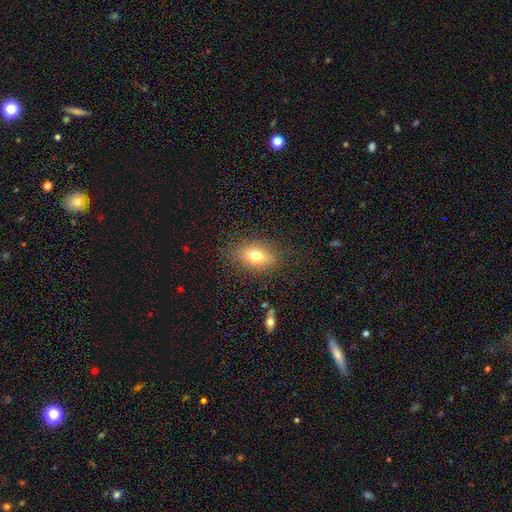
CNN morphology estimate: This appears to be a smooth galaxy with no disk features (75%) that is in between round and cigar-shaped (81%). Merging: none (82%).